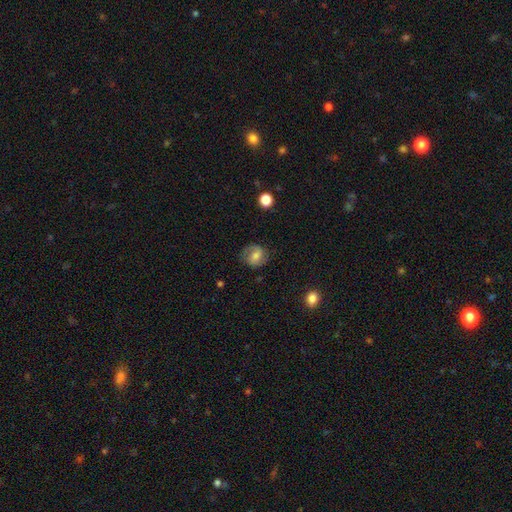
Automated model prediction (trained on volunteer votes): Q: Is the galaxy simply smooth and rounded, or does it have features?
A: featured or disk — 49%.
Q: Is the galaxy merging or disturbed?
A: none — 74%.